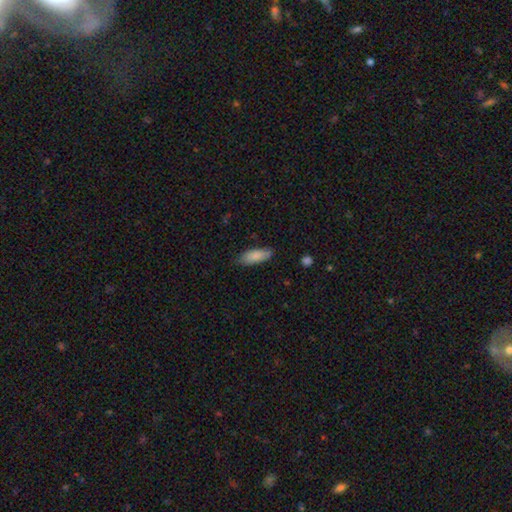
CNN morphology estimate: A smooth galaxy with no disk features (86%) that is in between round and cigar-shaped (73%). Merging: none (78%).